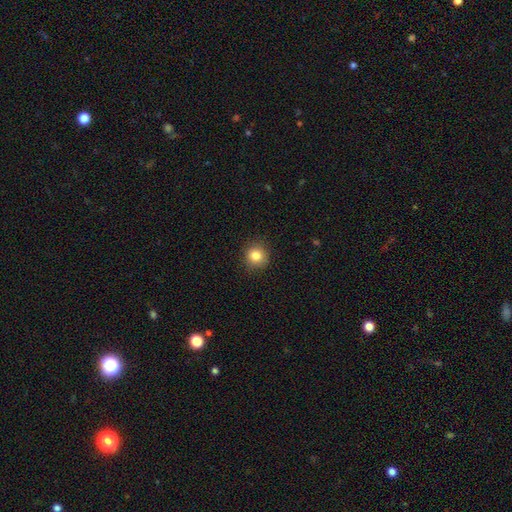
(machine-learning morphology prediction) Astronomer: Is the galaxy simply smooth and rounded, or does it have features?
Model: smooth — 83%.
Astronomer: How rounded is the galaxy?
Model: round — 91%.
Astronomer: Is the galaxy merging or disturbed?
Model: none — 90%.